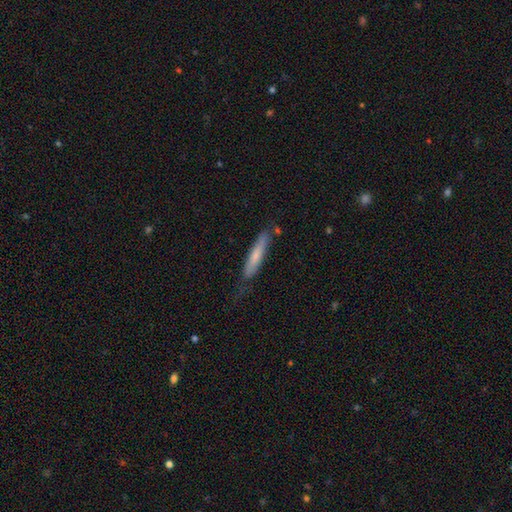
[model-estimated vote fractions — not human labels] smooth-or-featured: smooth: 64% | featured or disk: 30% | star or artifact: 6%
  how-rounded: cigar-shaped: 91% | in between: 7% | round: 1%
  merging: none: 66% | minor disturbance: 24% | major disturbance: 7% | merger: 3%